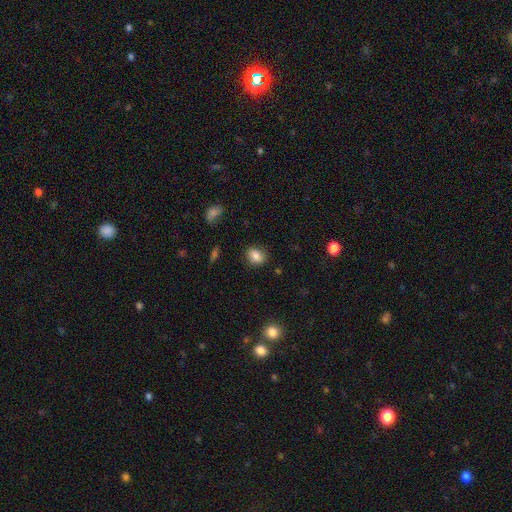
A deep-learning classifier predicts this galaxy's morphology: smooth_or_featured: smooth (p=0.83) [alt: star or artifact p=0.09]
how_rounded: in between (p=0.62) [alt: round p=0.36]
merging: none (p=0.83) [alt: minor disturbance p=0.12]